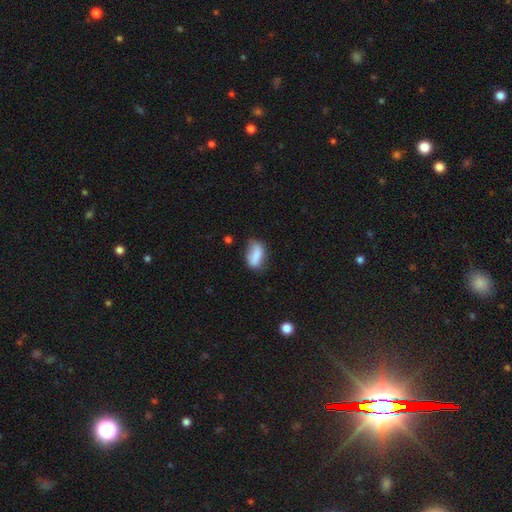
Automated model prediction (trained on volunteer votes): Smooth or featured? Predicted: smooth (p=0.79). How rounded? Predicted: in between (p=0.86). Merging? Predicted: none (p=0.53).